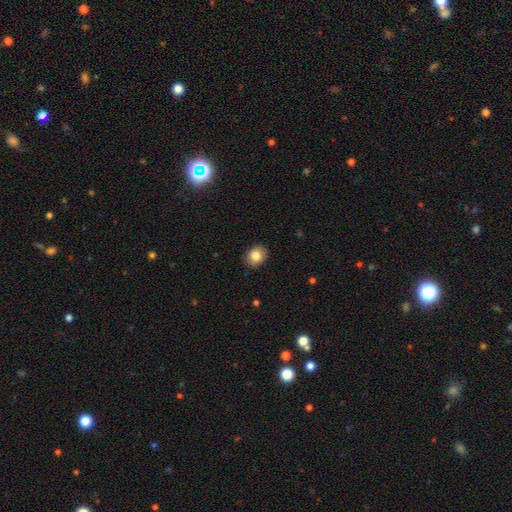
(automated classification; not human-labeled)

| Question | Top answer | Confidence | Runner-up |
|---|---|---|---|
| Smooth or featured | smooth | 84% | star or artifact (9%) |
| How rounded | in between | 53% | round (46%) |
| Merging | none | 89% | minor disturbance (8%) |